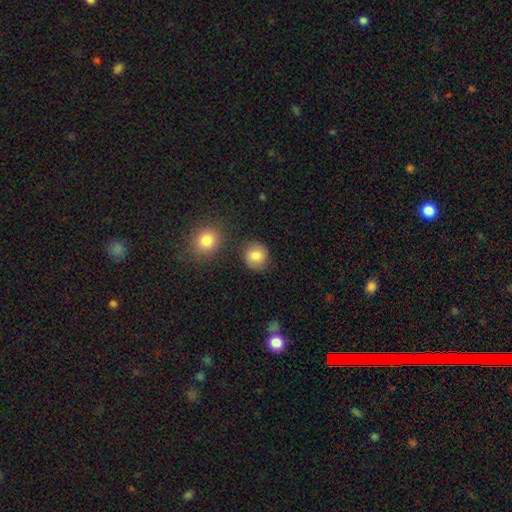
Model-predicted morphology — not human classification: smooth-or-featured: smooth: 84% | star or artifact: 8% | featured or disk: 8%
  how-rounded: round: 85% | in between: 14% | cigar-shaped: 1%
  merging: none: 80% | minor disturbance: 12% | merger: 5% | major disturbance: 3%